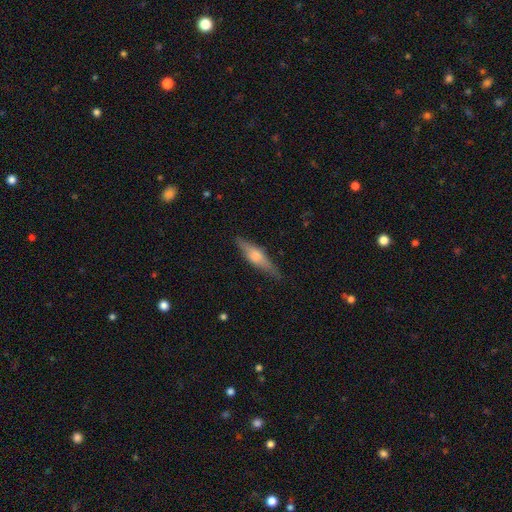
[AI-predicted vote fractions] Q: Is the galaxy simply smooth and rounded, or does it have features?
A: featured or disk — 53%.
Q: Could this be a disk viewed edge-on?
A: yes — 94%.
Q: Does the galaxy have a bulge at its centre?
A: rounded — 81%.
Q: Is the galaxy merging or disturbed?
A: none — 83%.